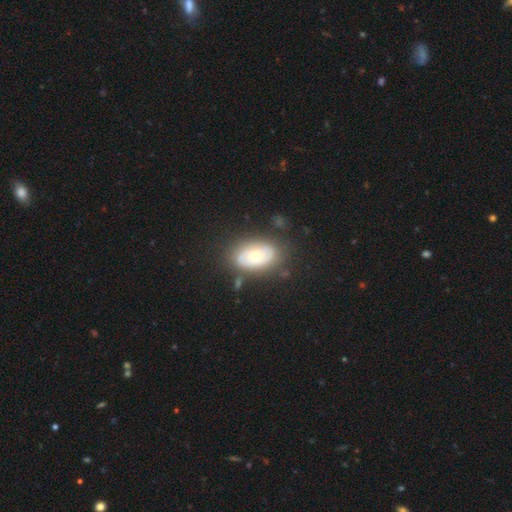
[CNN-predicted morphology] Smooth or featured? featured or disk (48%)
Merging? none (75%)